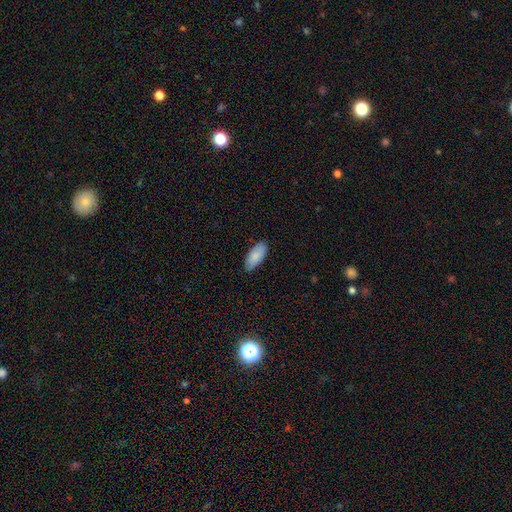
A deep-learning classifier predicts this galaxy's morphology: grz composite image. It shows a smooth galaxy with no disk features (87%) that is in between round and cigar-shaped (87%). Merging: none (84%).